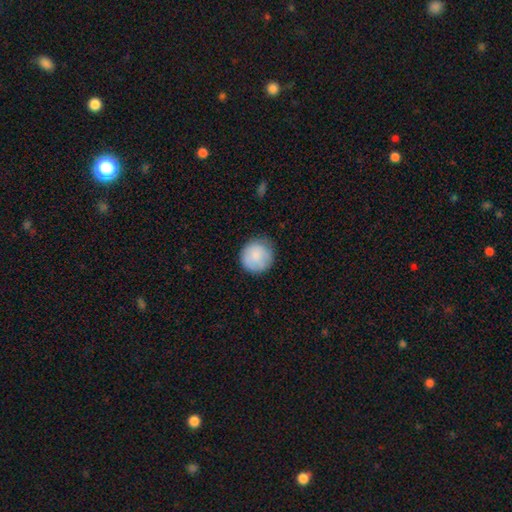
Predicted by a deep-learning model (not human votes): Smooth or featured?
  - smooth: 84% *
  - featured or disk: 10%
  - star or artifact: 6%
How rounded?
  - round: 94% *
  - in between: 5%
  - cigar-shaped: 1%
Merging?
  - none: 82% *
  - minor disturbance: 14%
  - major disturbance: 3%
  - merger: 1%